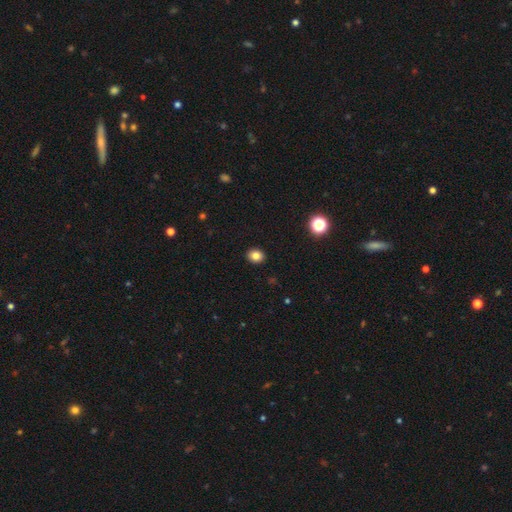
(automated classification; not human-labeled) The model was most divided on "how rounded": round: 55%, in between: 44%, cigar-shaped: 1%. More confident: merging — none (91%); smooth or featured — smooth (83%).